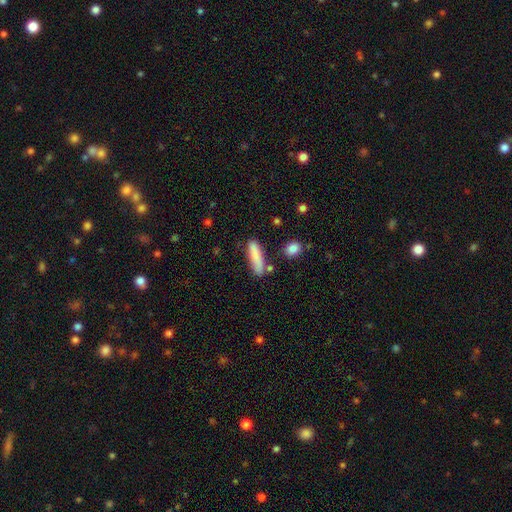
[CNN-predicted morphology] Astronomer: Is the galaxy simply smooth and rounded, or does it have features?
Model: smooth — 84%.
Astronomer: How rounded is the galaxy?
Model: cigar-shaped — 74%.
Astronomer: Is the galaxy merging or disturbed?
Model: none — 74%.